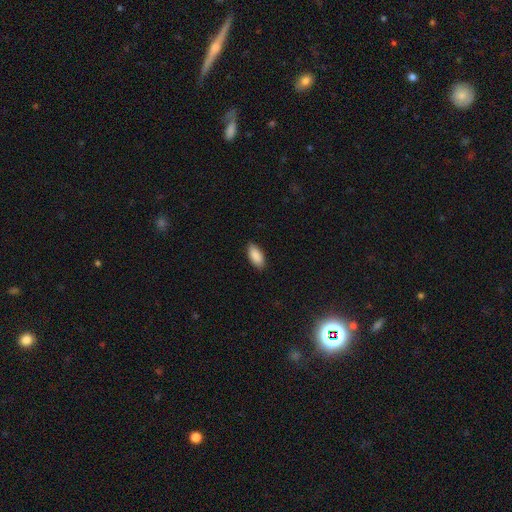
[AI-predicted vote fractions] A smooth galaxy with no disk features (89%) that is in between round and cigar-shaped (90%).

Vote fractions:
- Smooth or featured? smooth: 89% / star or artifact: 6% / featured or disk: 4%
- How rounded? in between: 90% / cigar-shaped: 8% / round: 2%
- Merging? none: 87% / minor disturbance: 10% / major disturbance: 2% / merger: 1%